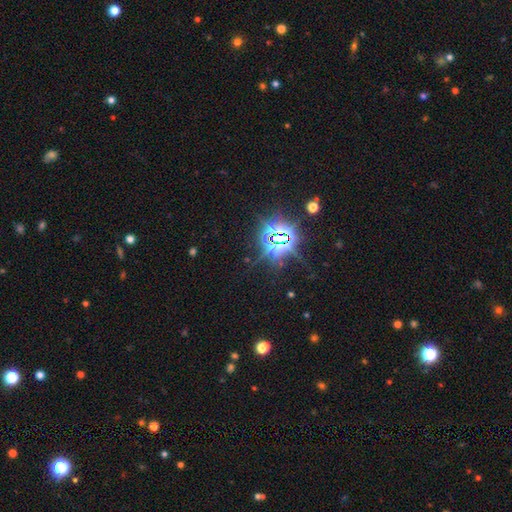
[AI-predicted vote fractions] Morphology: type=star or artifact (73%).